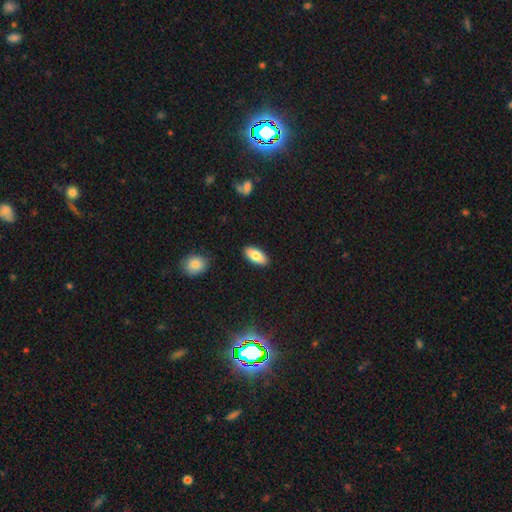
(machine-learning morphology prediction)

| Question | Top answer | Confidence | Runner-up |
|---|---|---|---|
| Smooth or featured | smooth | 82% | featured or disk (11%) |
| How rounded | in between | 90% | cigar-shaped (8%) |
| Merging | none | 89% | minor disturbance (8%) |